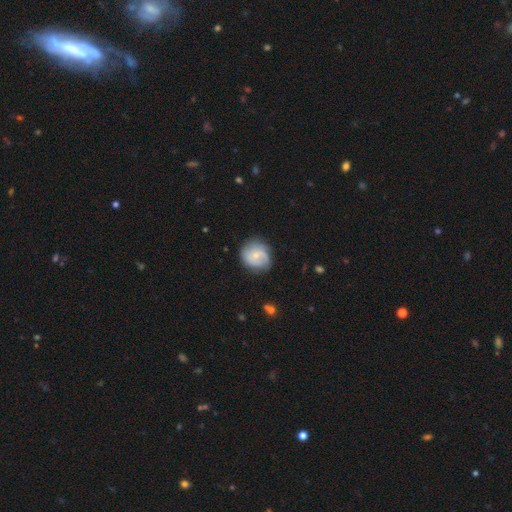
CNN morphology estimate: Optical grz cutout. It shows a featured or disk galaxy (53%) with no bar (65%), spiral arms (84%) and a small central bulge (67%). Merging: none (72%).